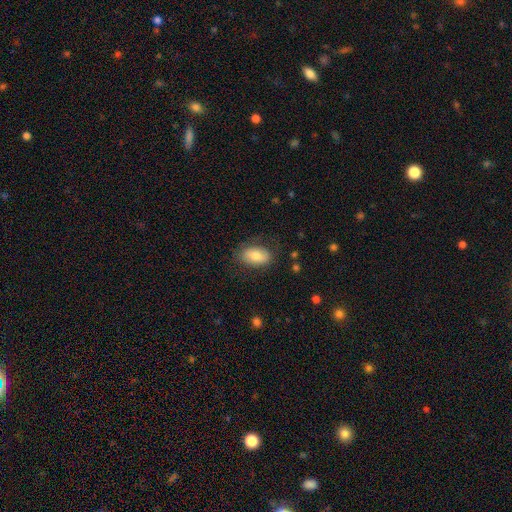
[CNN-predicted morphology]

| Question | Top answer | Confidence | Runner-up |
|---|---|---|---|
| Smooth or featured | smooth | 77% | featured or disk (16%) |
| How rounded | in between | 91% | round (7%) |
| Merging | none | 77% | minor disturbance (16%) |